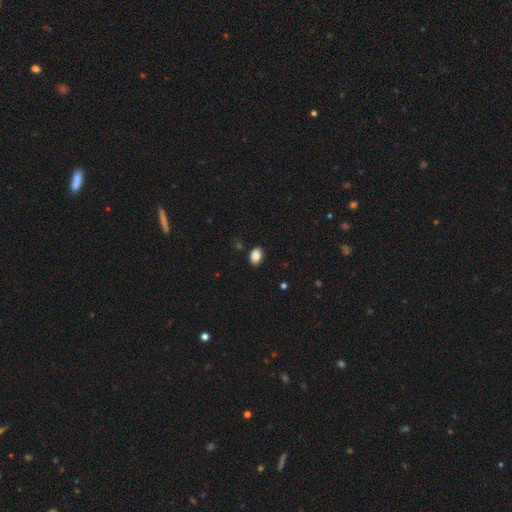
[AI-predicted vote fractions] Overall: smooth (88%). How rounded: in between (86%). Merging: none (85%).